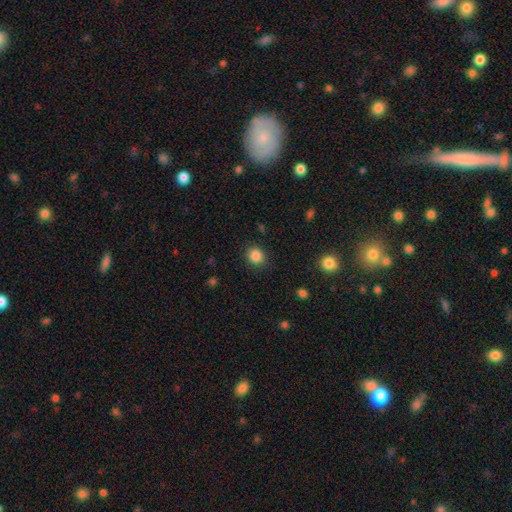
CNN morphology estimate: A smooth galaxy with no disk features (86%) that is round (80%). Merging: none (87%).